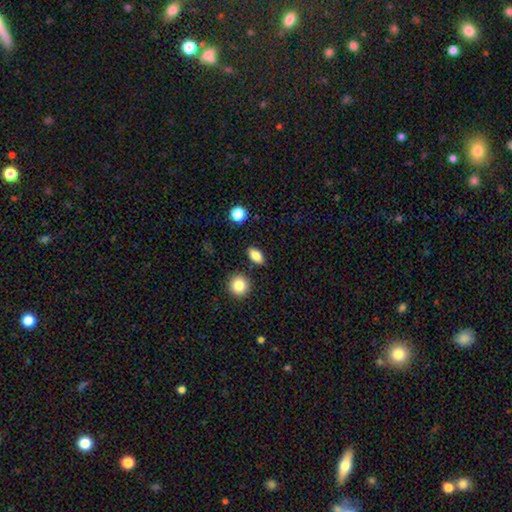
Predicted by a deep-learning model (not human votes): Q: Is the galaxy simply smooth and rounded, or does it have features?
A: smooth — 83%.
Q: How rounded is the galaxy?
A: in between — 82%.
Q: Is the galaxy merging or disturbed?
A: none — 86%.